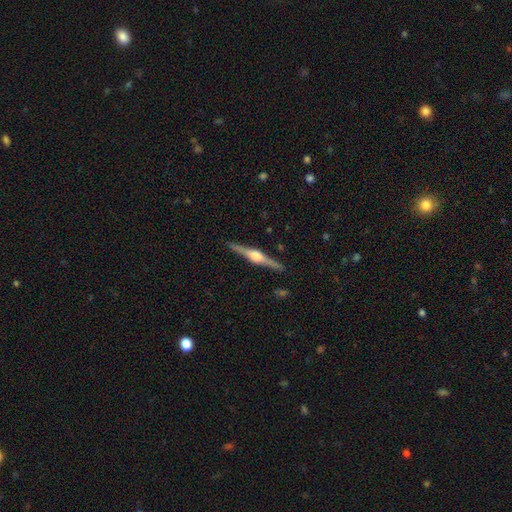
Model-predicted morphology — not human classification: smooth_or_featured: featured or disk (p=0.84) [alt: smooth p=0.11]
disk_edge_on: yes (p=0.98) [alt: no p=0.02]
edge_on_bulge: rounded (p=0.92) [alt: boxy p=0.06]
merging: none (p=0.91) [alt: minor disturbance p=0.06]